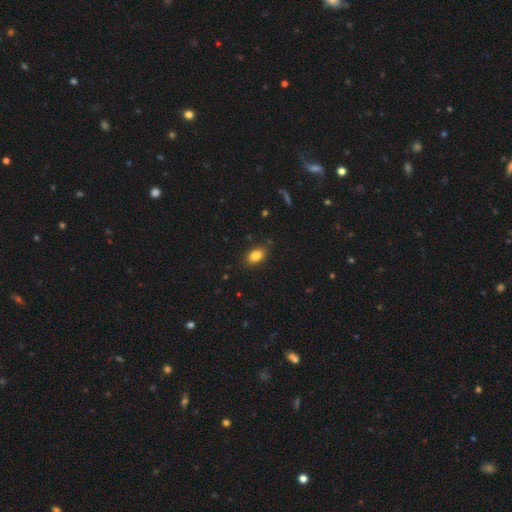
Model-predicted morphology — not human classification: This appears to be a smooth galaxy with no disk features (84%) that is in between round and cigar-shaped (84%). Merging: none (86%).